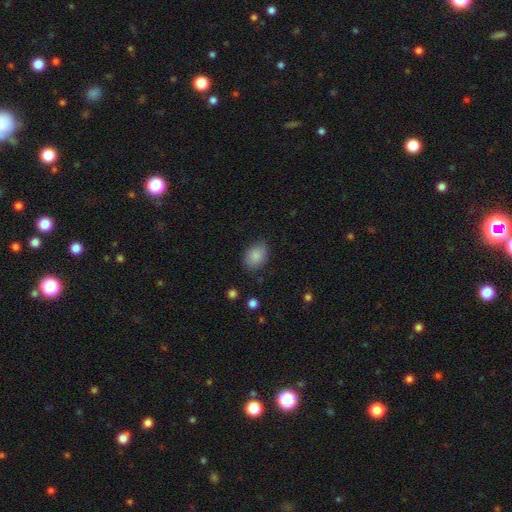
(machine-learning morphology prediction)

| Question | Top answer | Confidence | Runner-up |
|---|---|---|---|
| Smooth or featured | smooth | 87% | star or artifact (7%) |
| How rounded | in between | 72% | round (27%) |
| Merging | none | 78% | minor disturbance (17%) |